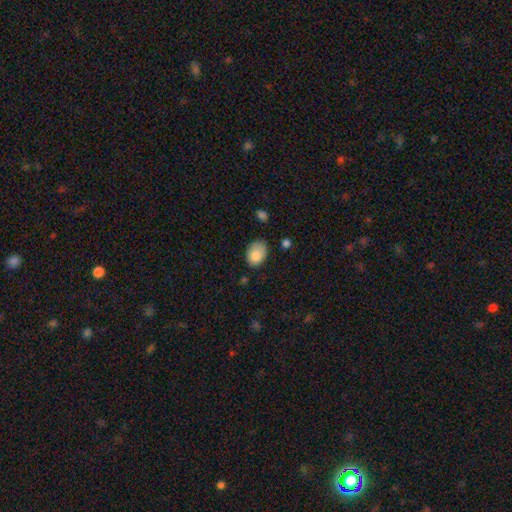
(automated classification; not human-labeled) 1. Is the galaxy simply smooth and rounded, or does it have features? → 82% smooth, 10% featured or disk, 8% star or artifact.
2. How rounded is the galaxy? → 77% in between, 23% round, 1% cigar-shaped.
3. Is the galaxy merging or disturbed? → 59% none, 32% minor disturbance, 7% major disturbance, 2% merger.